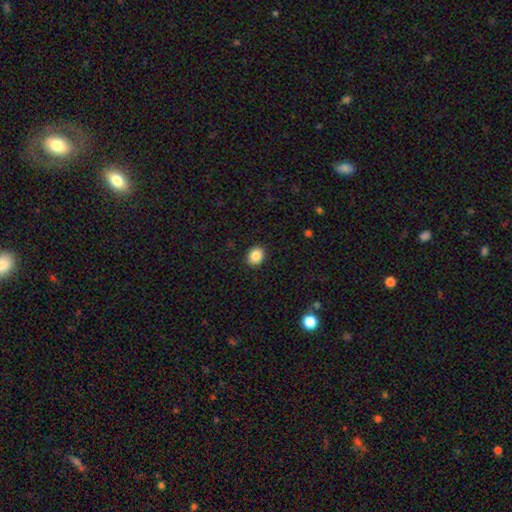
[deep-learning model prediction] Morphology: type=smooth (86%); roundness=round (61%); merging=none (91%).